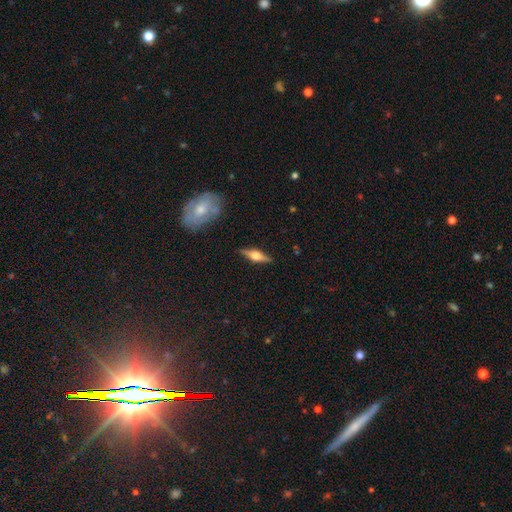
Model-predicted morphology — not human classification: smooth_or_featured: featured or disk (p=0.66) [alt: smooth p=0.28]
disk_edge_on: yes (p=0.95) [alt: no p=0.05]
edge_on_bulge: rounded (p=0.90) [alt: boxy p=0.08]
merging: none (p=0.87) [alt: minor disturbance p=0.09]